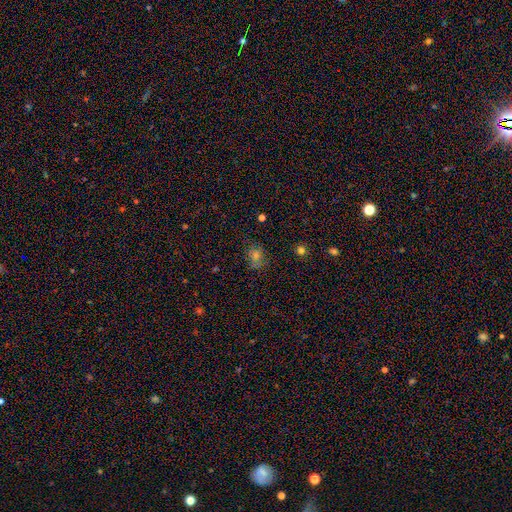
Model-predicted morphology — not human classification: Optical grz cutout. It shows a smooth galaxy with no disk features (51%) that is round (52%). Merging: none (71%).